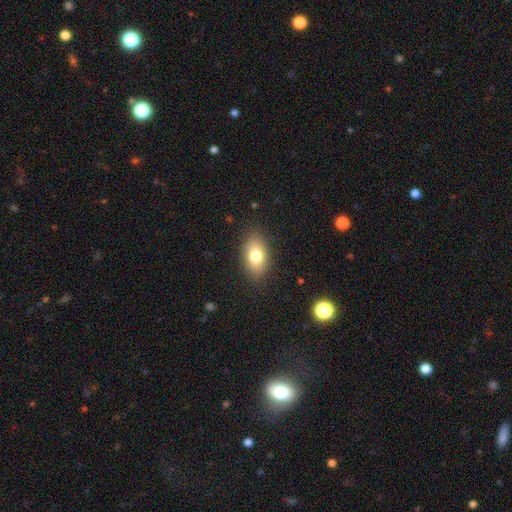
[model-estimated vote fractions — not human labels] Overall: smooth (78%). How rounded: in between (89%). Merging: none (85%).